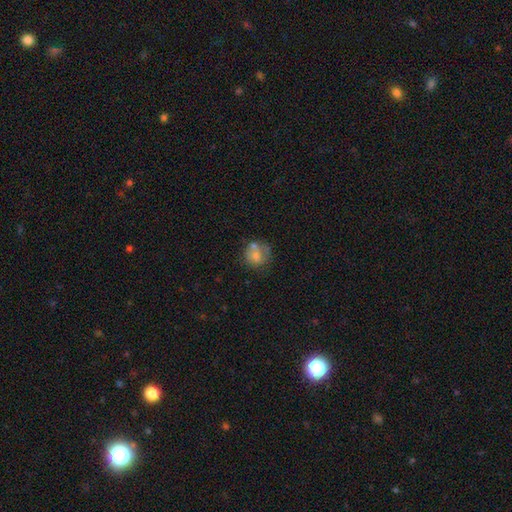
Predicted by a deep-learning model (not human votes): A smooth galaxy with no disk features (61%) that is round (77%).

Vote fractions:
- Smooth or featured? smooth: 61% / featured or disk: 27% / star or artifact: 11%
- How rounded? round: 77% / in between: 22% / cigar-shaped: 1%
- Merging? none: 47% / merger: 21% / minor disturbance: 20% / major disturbance: 13%